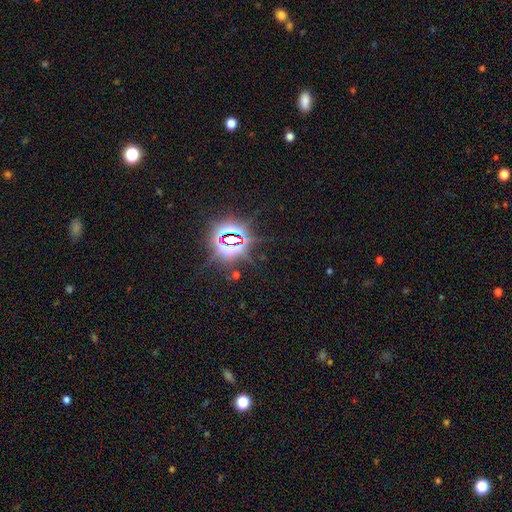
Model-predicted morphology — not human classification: type=star or artifact (83%).